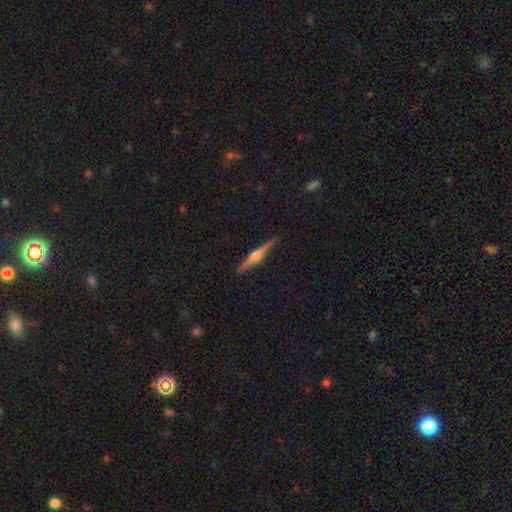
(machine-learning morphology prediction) smooth-or-featured: featured or disk: 76% | smooth: 18% | star or artifact: 6%
  disk-edge-on: yes: 98% | no: 2%
    edge-on-bulge: rounded: 88% | boxy: 8% | none: 4%
  merging: none: 91% | minor disturbance: 6% | major disturbance: 1% | merger: 1%